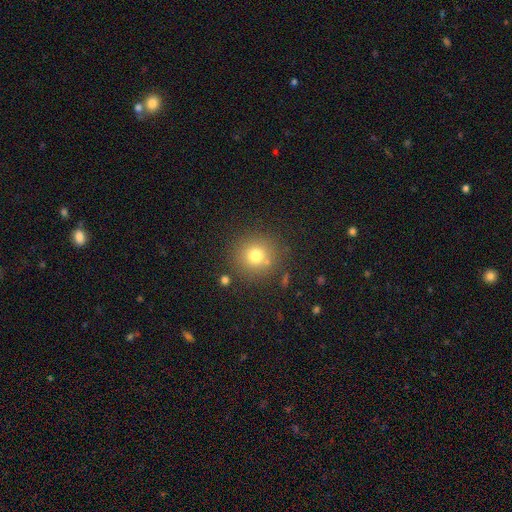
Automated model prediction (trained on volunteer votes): A smooth galaxy with no disk features (75%) that is round (93%). Merging: none (83%).